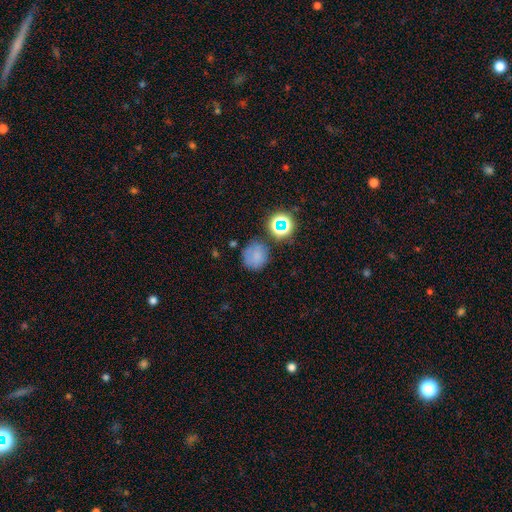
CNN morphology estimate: Smooth or featured?
  - smooth: 69% *
  - star or artifact: 19%
  - featured or disk: 13%
How rounded?
  - round: 88% *
  - in between: 11%
  - cigar-shaped: 1%
Merging?
  - none: 67% *
  - minor disturbance: 17%
  - merger: 9%
  - major disturbance: 7%